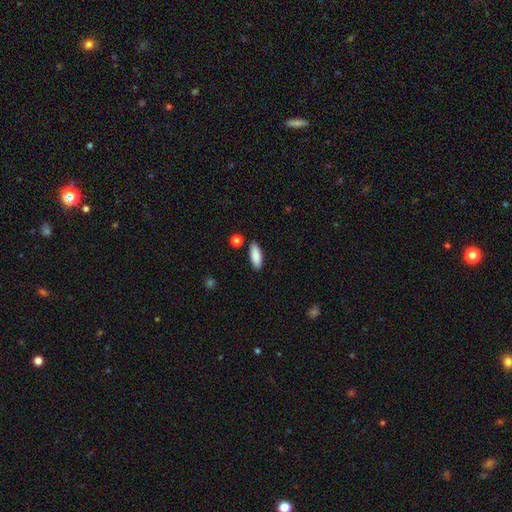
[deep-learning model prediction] Smooth or featured? smooth (88%)
How rounded? in between (71%)
Merging? none (85%)